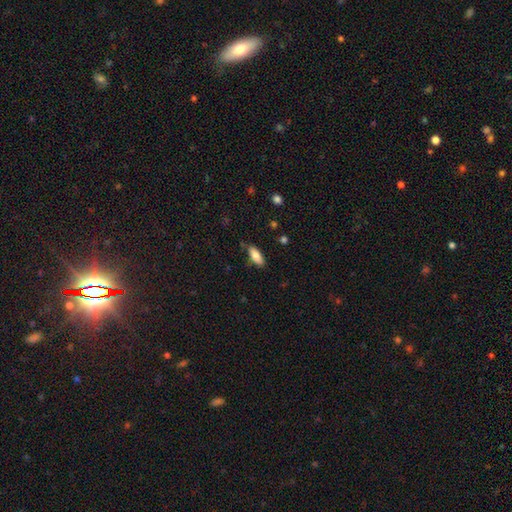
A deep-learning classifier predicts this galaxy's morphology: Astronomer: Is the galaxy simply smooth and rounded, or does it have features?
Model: smooth — 81%.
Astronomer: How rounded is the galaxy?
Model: in between — 76%.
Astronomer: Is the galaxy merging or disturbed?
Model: none — 78%.